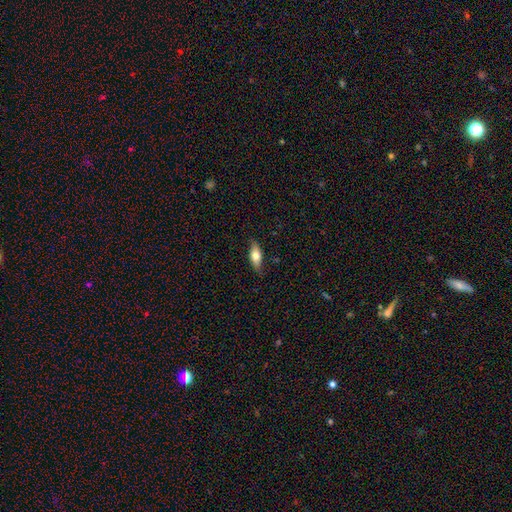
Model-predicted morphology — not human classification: Smooth or featured?
  - smooth: 66% *
  - featured or disk: 28%
  - star or artifact: 6%
How rounded?
  - in between: 75% *
  - cigar-shaped: 22%
  - round: 3%
Merging?
  - none: 81% *
  - minor disturbance: 15%
  - major disturbance: 3%
  - merger: 1%